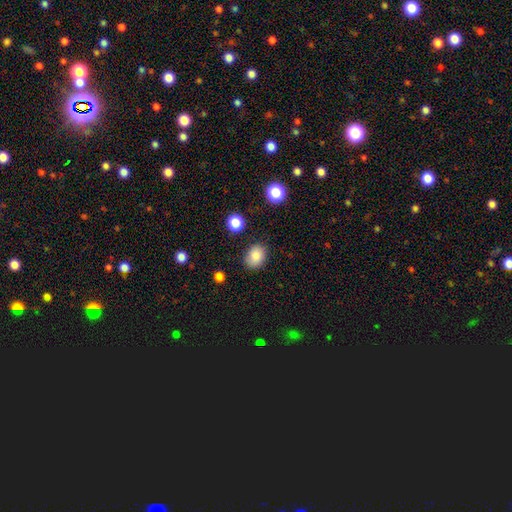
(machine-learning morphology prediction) This is clearly a smooth galaxy (84%). How rounded: possibly in between (59%). Merging: clearly none (80%).